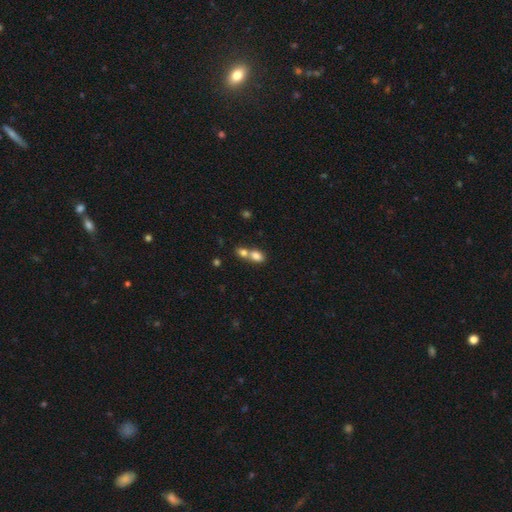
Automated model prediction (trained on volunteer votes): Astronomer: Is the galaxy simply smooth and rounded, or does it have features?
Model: smooth — 80%.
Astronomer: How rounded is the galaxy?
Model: in between — 67%.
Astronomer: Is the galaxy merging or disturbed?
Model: merger — 63%.